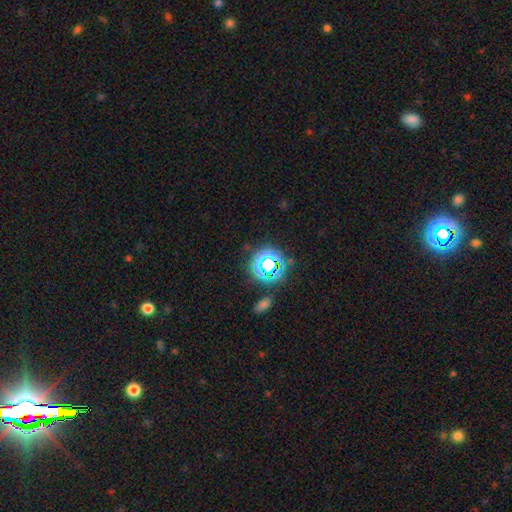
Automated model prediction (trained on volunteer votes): Smooth or featured? star or artifact (67%)